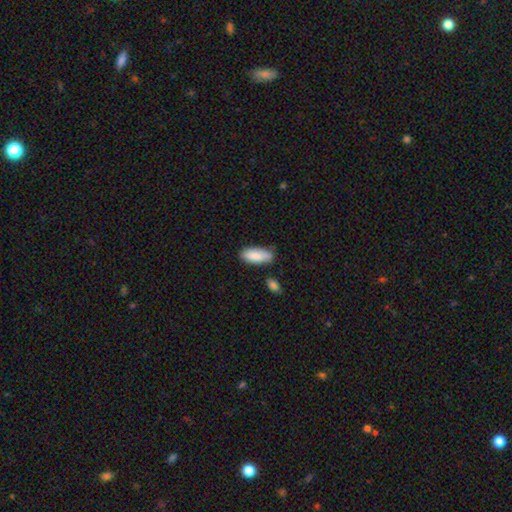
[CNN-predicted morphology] Smooth or featured? smooth (87%)
How rounded? in between (83%)
Merging? none (73%)